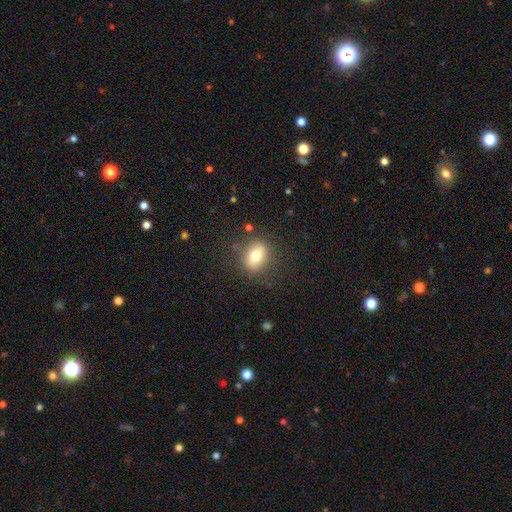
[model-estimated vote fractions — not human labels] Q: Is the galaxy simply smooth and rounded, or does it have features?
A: smooth — 73%.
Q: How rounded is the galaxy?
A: in between — 71%.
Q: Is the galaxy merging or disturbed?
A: none — 80%.